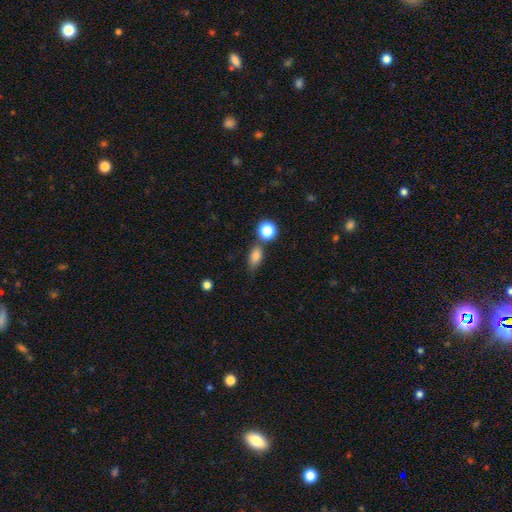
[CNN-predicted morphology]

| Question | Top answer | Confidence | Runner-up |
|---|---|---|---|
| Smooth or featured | smooth | 81% | star or artifact (12%) |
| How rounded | in between | 76% | round (17%) |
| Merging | none | 63% | minor disturbance (17%) |